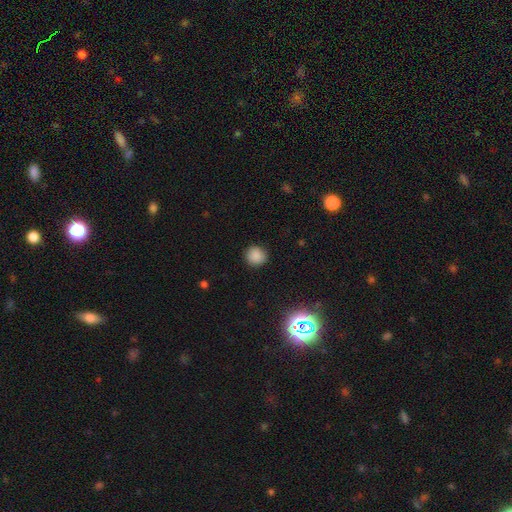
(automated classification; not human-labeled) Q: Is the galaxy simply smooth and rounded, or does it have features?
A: smooth — 86%.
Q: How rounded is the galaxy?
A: round — 92%.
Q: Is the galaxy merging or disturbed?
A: none — 89%.